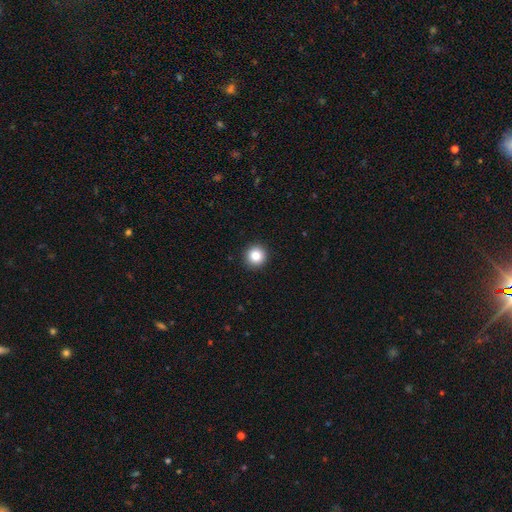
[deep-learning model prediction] Smooth or featured: smooth — 84% (star or artifact — 10%)
How rounded: round — 95% (in between — 4%)
Merging: none — 93% (minor disturbance — 4%)